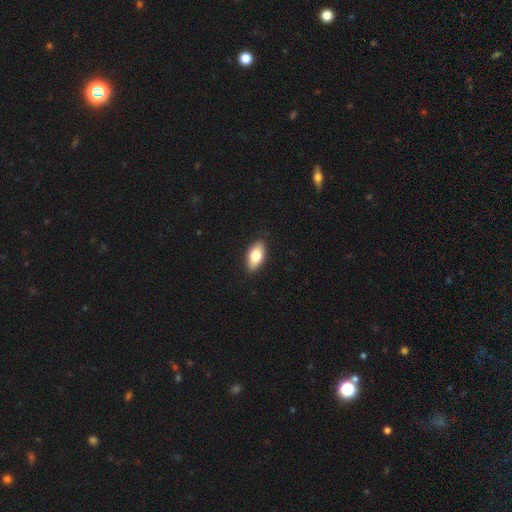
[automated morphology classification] A smooth galaxy with no disk features (77%) that is in between round and cigar-shaped (91%).

Vote fractions:
- Smooth or featured? smooth: 77% / featured or disk: 16% / star or artifact: 6%
- How rounded? in between: 91% / cigar-shaped: 5% / round: 4%
- Merging? none: 88% / minor disturbance: 9% / major disturbance: 2% / merger: 1%